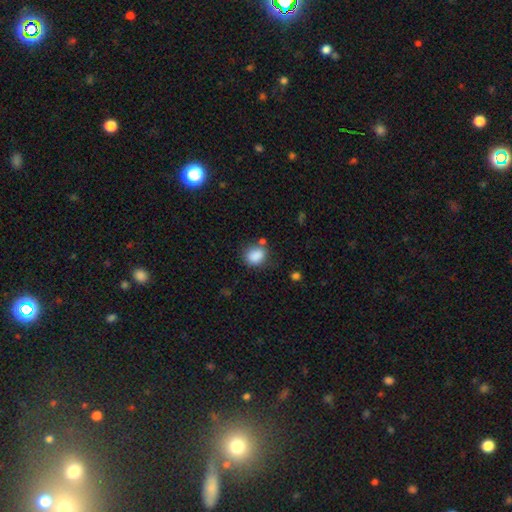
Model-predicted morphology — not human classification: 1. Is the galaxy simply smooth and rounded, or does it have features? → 86% smooth, 9% star or artifact, 4% featured or disk.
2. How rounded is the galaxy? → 55% round, 44% in between, 1% cigar-shaped.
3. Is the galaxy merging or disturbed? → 69% none, 18% minor disturbance, 7% merger, 6% major disturbance.